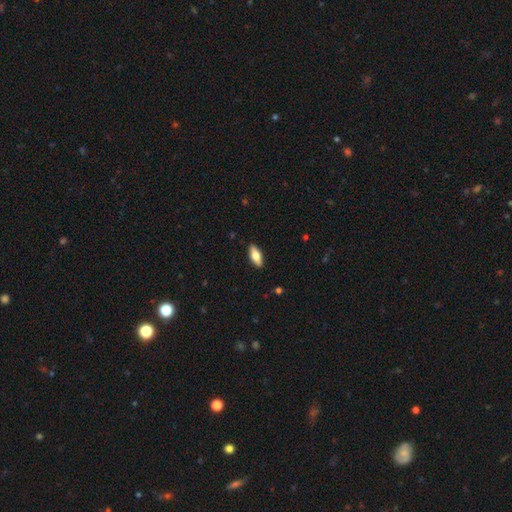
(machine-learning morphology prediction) smooth-or-featured: smooth: 69% | featured or disk: 25% | star or artifact: 6%
  how-rounded: in between: 76% | cigar-shaped: 21% | round: 2%
  merging: none: 90% | minor disturbance: 8% | major disturbance: 2% | merger: 1%